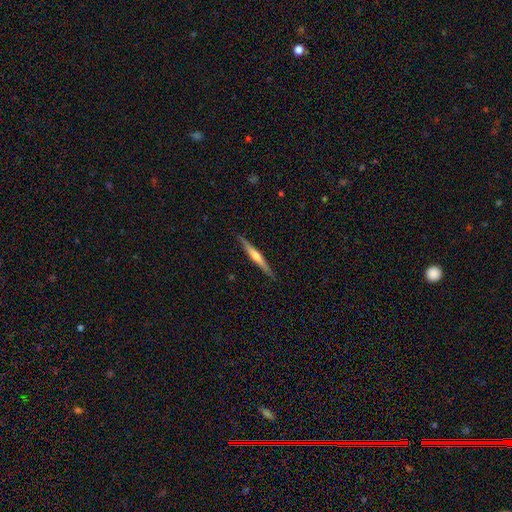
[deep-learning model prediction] Morphology: type=featured or disk (61%); edge-on=yes (97%); edge-on bulge=rounded (68%); merging=none (89%).